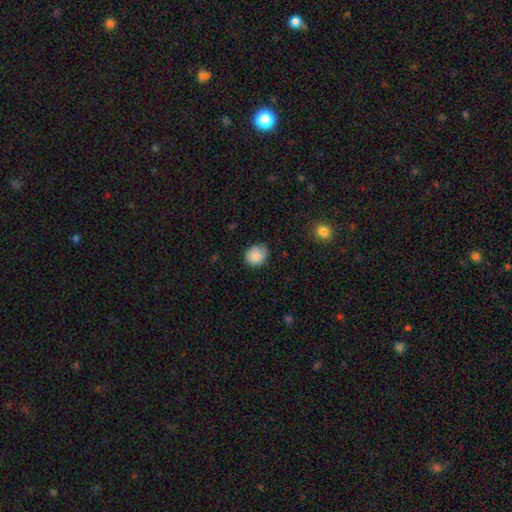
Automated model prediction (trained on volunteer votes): Smooth or featured?
  - smooth: 86% *
  - star or artifact: 8%
  - featured or disk: 6%
How rounded?
  - round: 72% *
  - in between: 27%
  - cigar-shaped: 1%
Merging?
  - none: 75% *
  - minor disturbance: 20%
  - major disturbance: 3%
  - merger: 1%